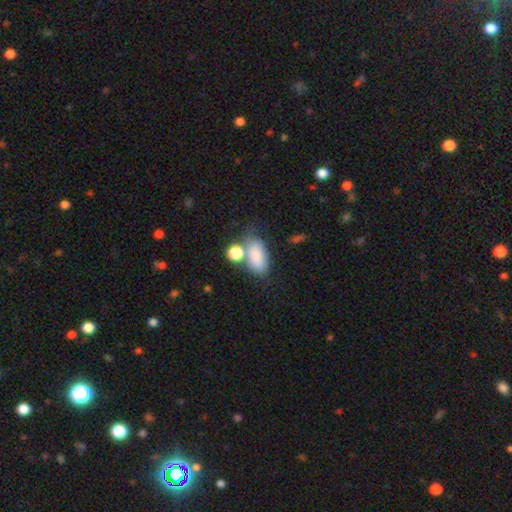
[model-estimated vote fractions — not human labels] This appears to be a smooth galaxy with no disk features (82%) that is in between round and cigar-shaped (89%). Merging: none (47%).